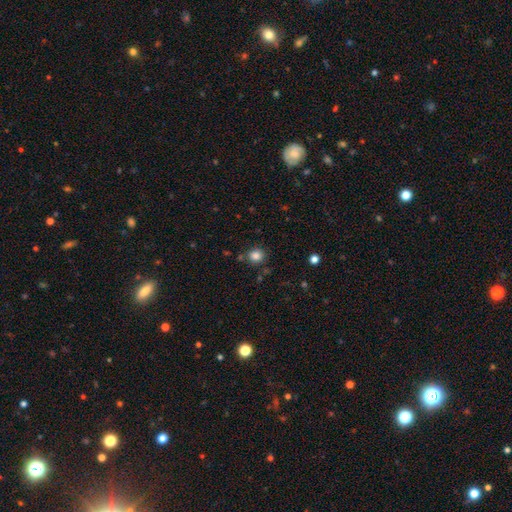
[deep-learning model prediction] smooth-or-featured: smooth: 84% | star or artifact: 12% | featured or disk: 5%
  how-rounded: round: 84% | in between: 16% | cigar-shaped: 1%
  merging: none: 82% | minor disturbance: 10% | merger: 5% | major disturbance: 3%